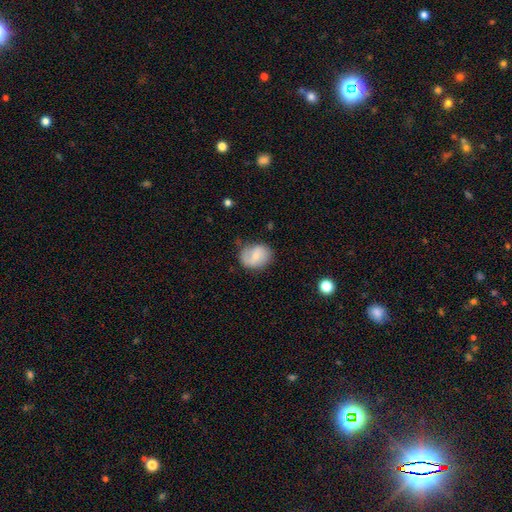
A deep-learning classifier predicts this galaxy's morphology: A smooth galaxy with no disk features (60%) that is in between round and cigar-shaped (51%). Merging: none (65%).